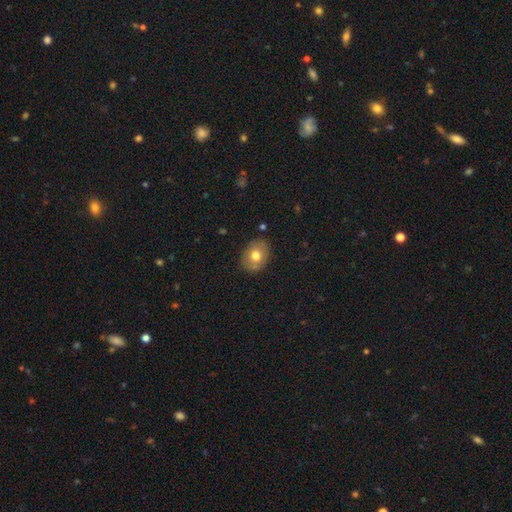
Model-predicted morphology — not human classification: Smooth or featured? smooth (72%)
How rounded? in between (65%)
Merging? none (85%)